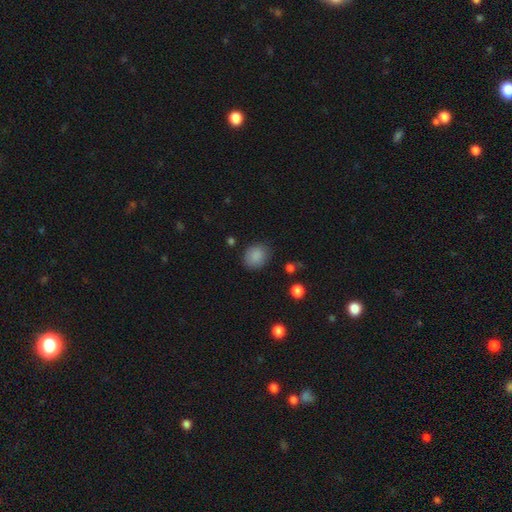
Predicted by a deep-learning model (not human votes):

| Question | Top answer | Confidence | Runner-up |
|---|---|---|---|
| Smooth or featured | smooth | 87% | star or artifact (9%) |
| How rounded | round | 59% | in between (40%) |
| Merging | none | 79% | minor disturbance (15%) |